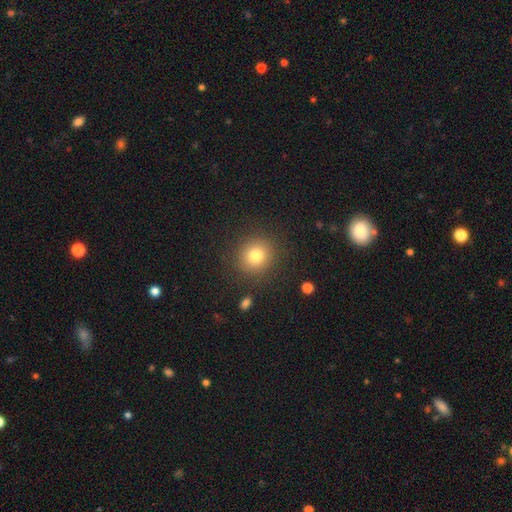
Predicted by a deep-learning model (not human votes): Smooth or featured? smooth (78%)
How rounded? round (88%)
Merging? none (87%)